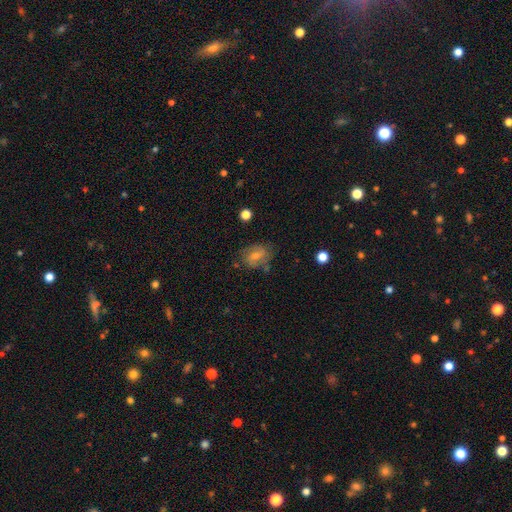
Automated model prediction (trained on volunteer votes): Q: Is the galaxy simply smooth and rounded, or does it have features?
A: smooth — 43%.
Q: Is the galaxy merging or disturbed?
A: none — 70%.